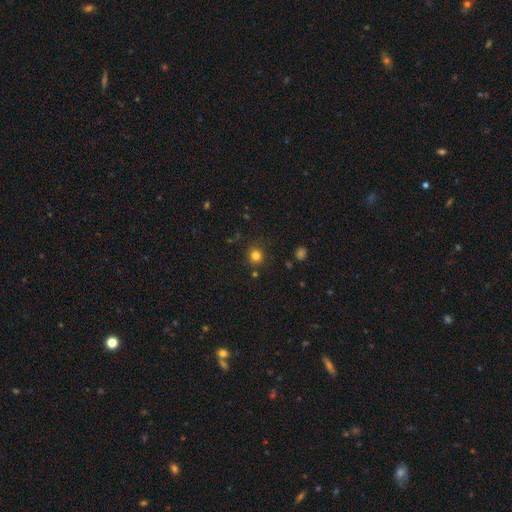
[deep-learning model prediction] smooth-or-featured: smooth: 79% | star or artifact: 15% | featured or disk: 6%
  how-rounded: round: 89% | in between: 11% | cigar-shaped: 1%
  merging: none: 86% | minor disturbance: 8% | merger: 3% | major disturbance: 3%